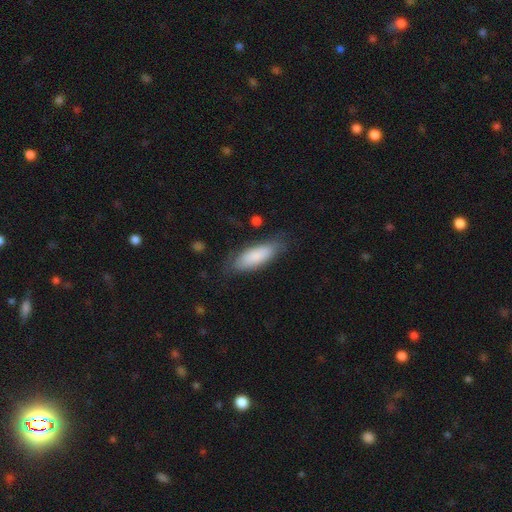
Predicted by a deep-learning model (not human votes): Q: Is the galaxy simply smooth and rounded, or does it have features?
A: smooth — 80%.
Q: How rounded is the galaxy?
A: in between — 66%.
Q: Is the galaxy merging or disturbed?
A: none — 74%.